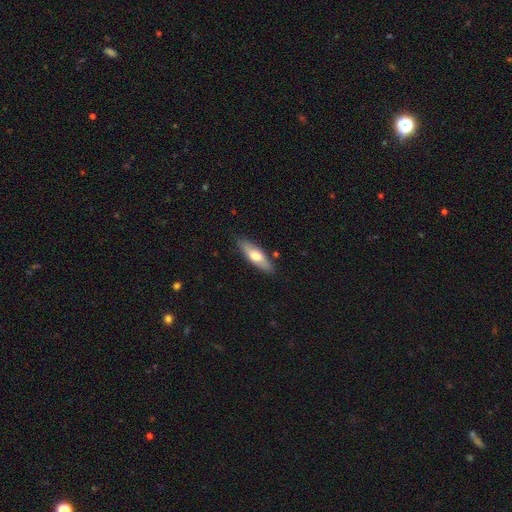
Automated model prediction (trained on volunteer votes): This appears to be a smooth galaxy with no disk features (63%) that is in between round and cigar-shaped (53%). Merging: none (85%).